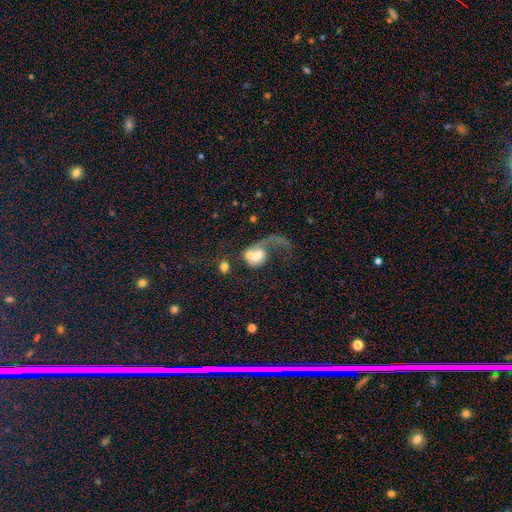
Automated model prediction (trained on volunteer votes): The model was most divided on "bulge size": moderate: 41%, large: 29%, small: 16%, dominant: 8%, none: 7%. Remaining: edge-on disk — no (97%); spiral arms — yes (77%); bar — no (72%); smooth or featured — featured or disk (55%); merging — major disturbance (43%).